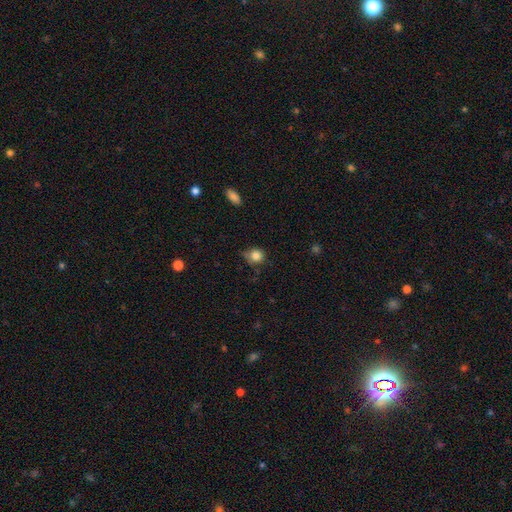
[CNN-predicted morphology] A smooth galaxy with no disk features (83%) that is round (83%). Merging: none (61%).